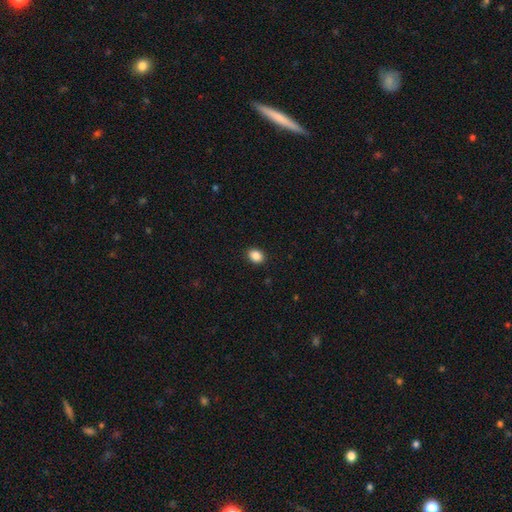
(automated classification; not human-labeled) smooth 88%, star or artifact 9%, featured or disk 3%. Down the decision tree: how rounded — in between (60%); merging — none (90%).